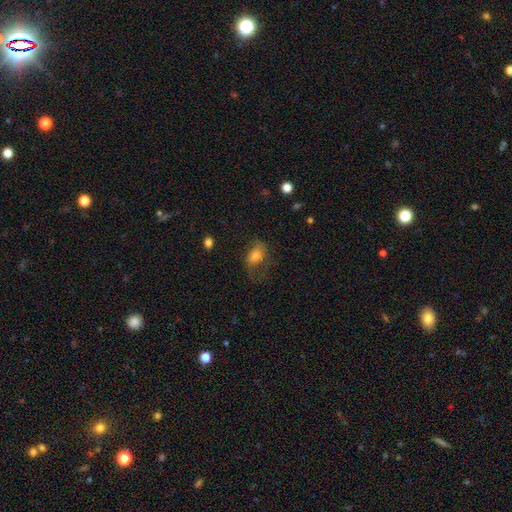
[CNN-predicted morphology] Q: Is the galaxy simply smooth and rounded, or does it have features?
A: smooth — 68%.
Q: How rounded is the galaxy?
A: in between — 82%.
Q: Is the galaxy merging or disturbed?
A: none — 51%.